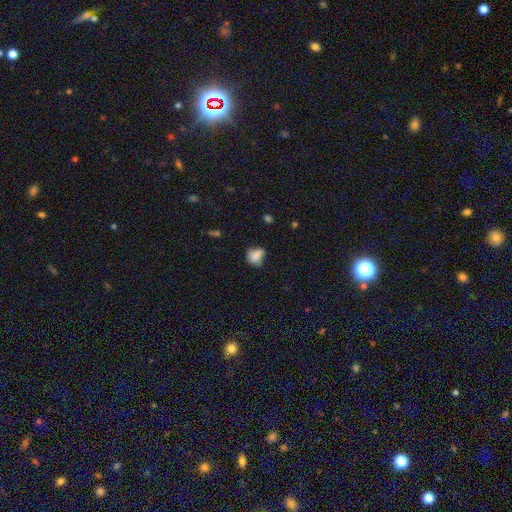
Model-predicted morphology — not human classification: This is likely a smooth galaxy (76%). How rounded: possibly in between (54%). Merging: possibly none (45%).